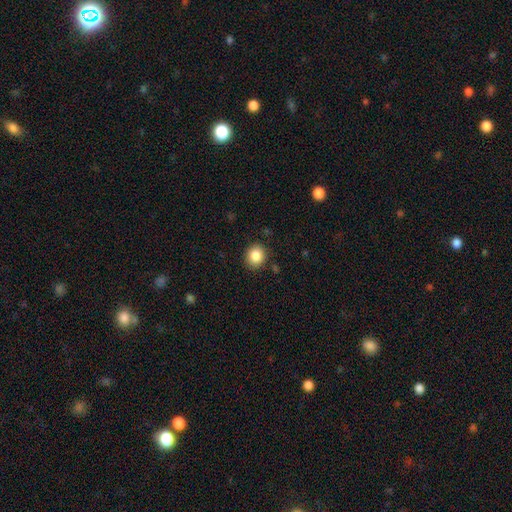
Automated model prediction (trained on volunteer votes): A smooth galaxy with no disk features (86%) that is round (79%). Merging: none (89%).